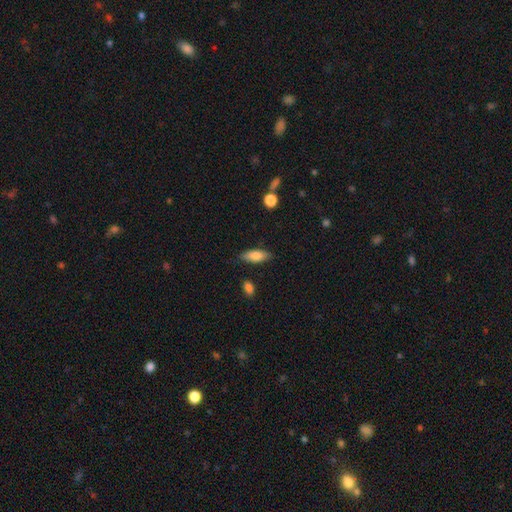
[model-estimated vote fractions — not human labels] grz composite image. It shows a smooth galaxy with no disk features (80%) that is in between round and cigar-shaped (74%). Merging: none (82%).